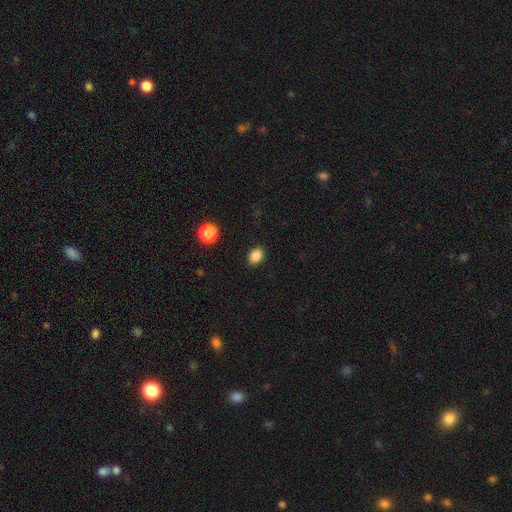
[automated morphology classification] This appears to be a smooth galaxy with no disk features (86%) that is in between round and cigar-shaped (71%). Merging: none (89%).